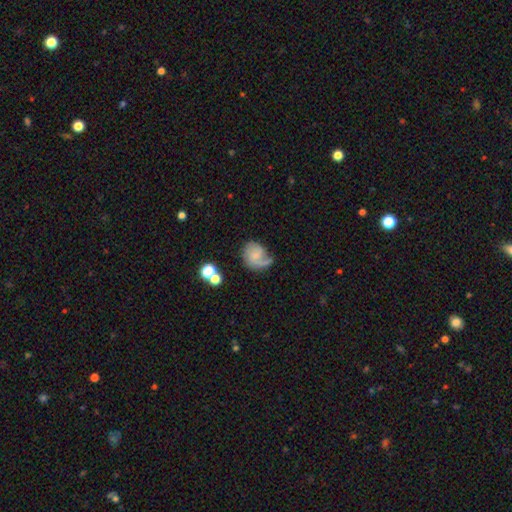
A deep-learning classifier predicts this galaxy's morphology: smooth-or-featured: featured or disk: 55% | smooth: 35% | star or artifact: 10%
  disk-edge-on: no: 98% | yes: 2%
    bar: no: 65% | weak: 30% | strong: 5%
    has-spiral-arms: yes: 87% | no: 13%
    bulge-size: none: 43% | small: 39% | moderate: 13% | large: 3% | dominant: 2%
  merging: none: 41% | minor disturbance: 28% | major disturbance: 26% | merger: 5%